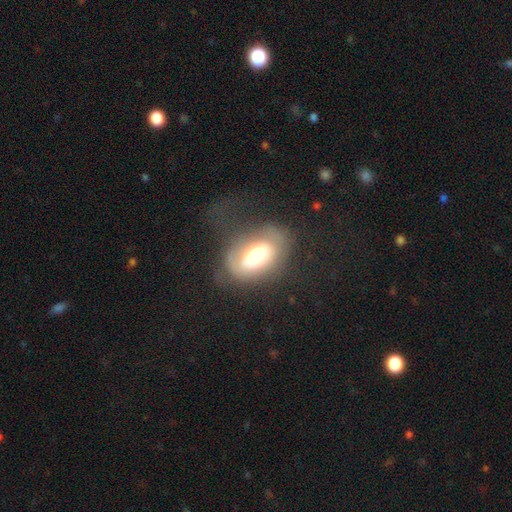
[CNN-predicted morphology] smooth 50%, featured or disk 42%, star or artifact 8%. Down the decision tree: merging — none (44%).